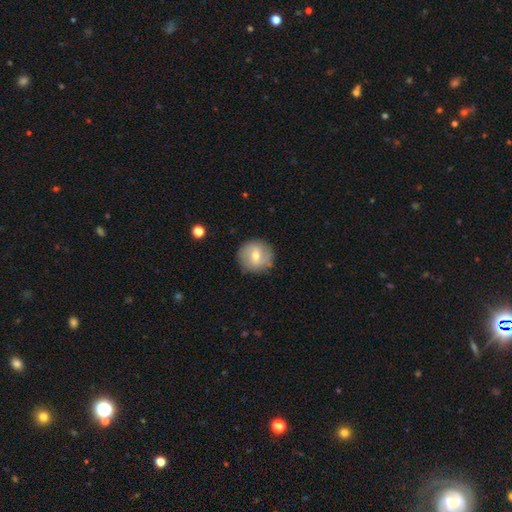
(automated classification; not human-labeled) A smooth galaxy with no disk features (56%) that is round (93%). Merging: none (86%).